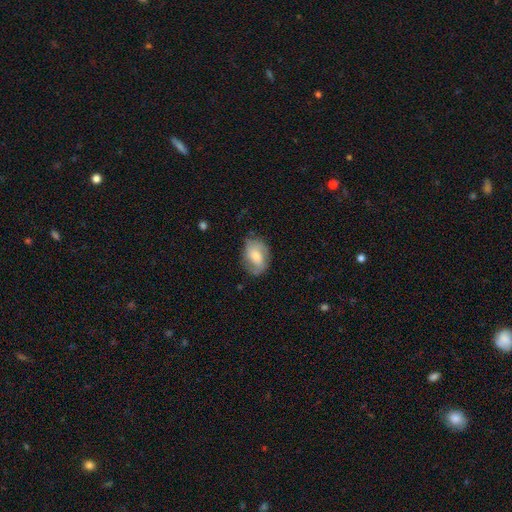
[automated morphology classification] A smooth galaxy with no disk features (49%). Merging: none (65%).